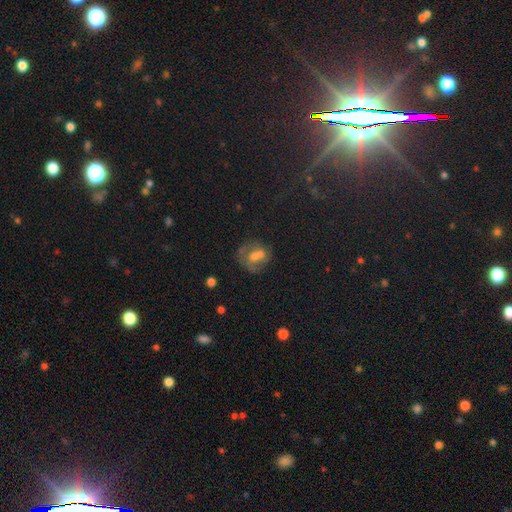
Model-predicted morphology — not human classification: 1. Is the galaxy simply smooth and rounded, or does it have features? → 41% featured or disk, 36% smooth, 22% star or artifact.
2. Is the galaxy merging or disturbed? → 45% none, 22% merger, 18% minor disturbance, 15% major disturbance.